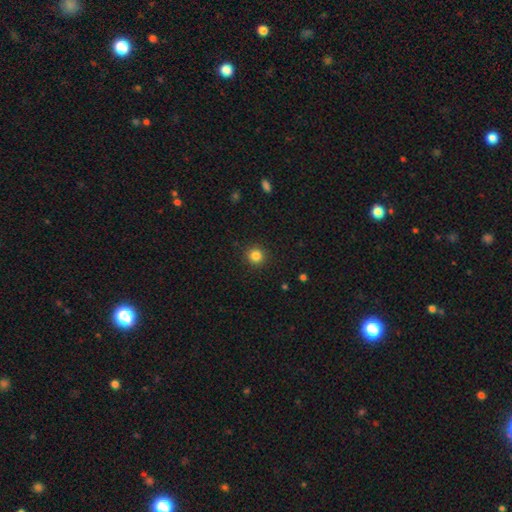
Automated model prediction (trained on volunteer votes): Overall: smooth (84%). How rounded: round (94%). Merging: none (91%).